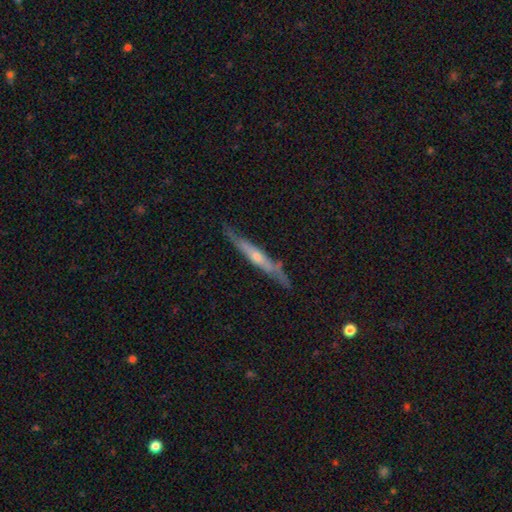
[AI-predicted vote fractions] Smooth or featured: featured or disk — 64% (smooth — 30%)
Edge-on disk: yes — 90% (no — 10%)
Edge-on bulge: rounded — 60% (none — 34%)
Merging: none — 76% (minor disturbance — 18%)